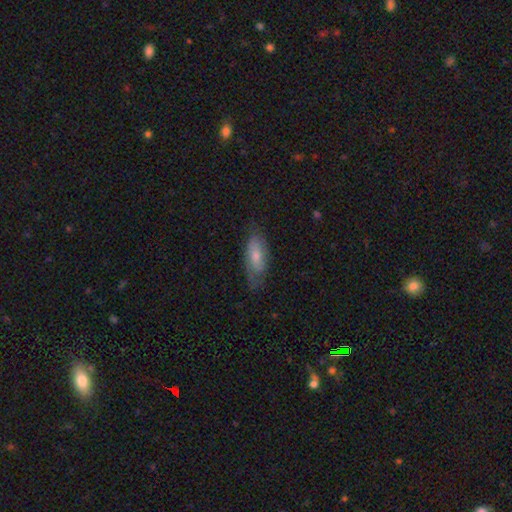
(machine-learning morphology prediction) Smooth or featured?
  - smooth: 58% *
  - featured or disk: 34%
  - star or artifact: 7%
How rounded?
  - in between: 68% *
  - cigar-shaped: 29%
  - round: 2%
Merging?
  - none: 71% *
  - minor disturbance: 23%
  - major disturbance: 6%
  - merger: 1%